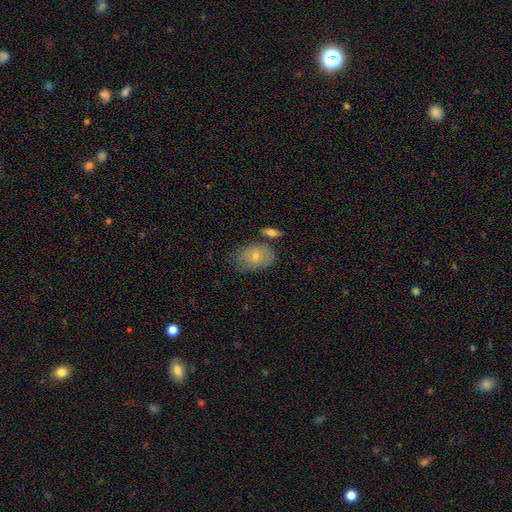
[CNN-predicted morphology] Overall: smooth (53%; featured or disk 35%). How rounded: in between (78%). Merging: none (58%; minor disturbance 25%).